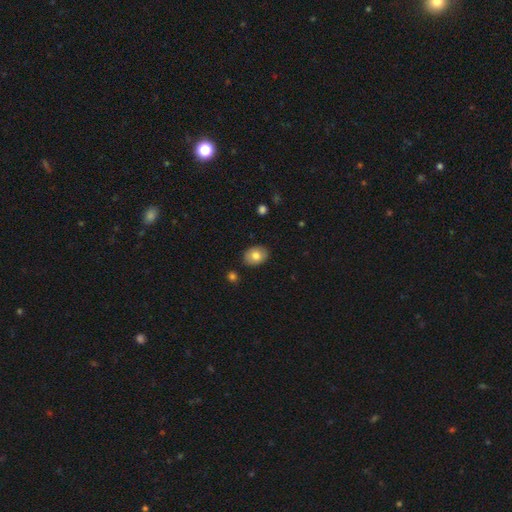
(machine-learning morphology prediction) smooth 77%, featured or disk 15%, star or artifact 8%. Down the decision tree: how rounded — in between (68%); merging — none (87%).